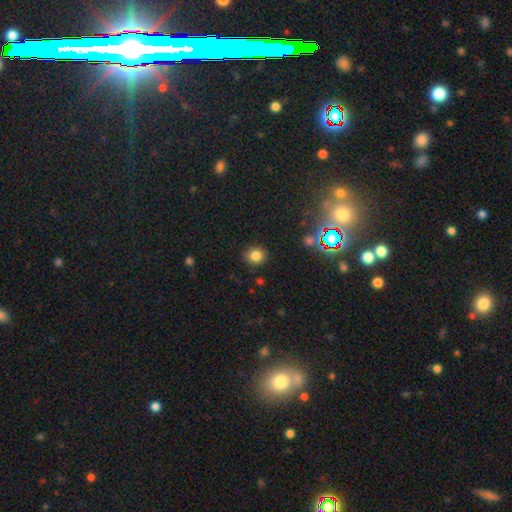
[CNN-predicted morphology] A smooth galaxy with no disk features (81%) that is round (83%). Merging: none (88%).